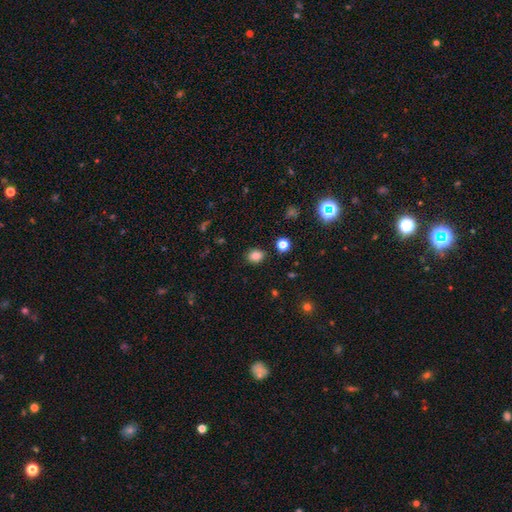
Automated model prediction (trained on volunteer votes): A smooth galaxy with no disk features (82%) that is round (64%).

Vote fractions:
- Smooth or featured? smooth: 82% / star or artifact: 13% / featured or disk: 5%
- How rounded? round: 64% / in between: 35% / cigar-shaped: 1%
- Merging? none: 88% / minor disturbance: 8% / major disturbance: 2% / merger: 2%